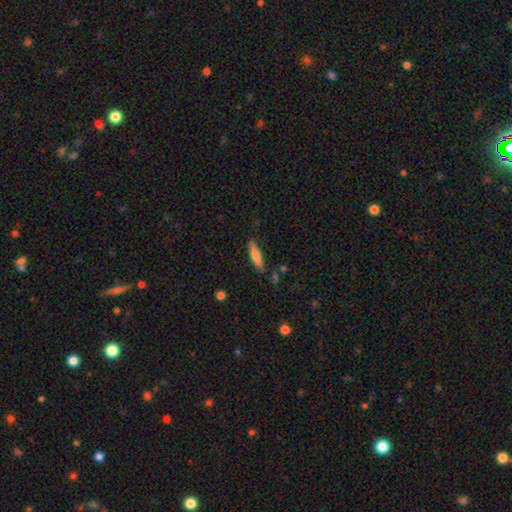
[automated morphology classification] Smooth or featured? smooth (67%)
How rounded? cigar-shaped (78%)
Merging? none (84%)